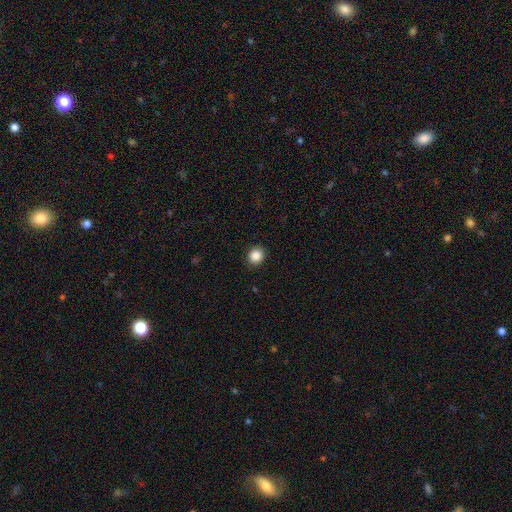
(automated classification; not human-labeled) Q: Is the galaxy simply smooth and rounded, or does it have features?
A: smooth — 88%.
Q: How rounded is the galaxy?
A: round — 85%.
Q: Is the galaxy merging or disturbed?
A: none — 90%.